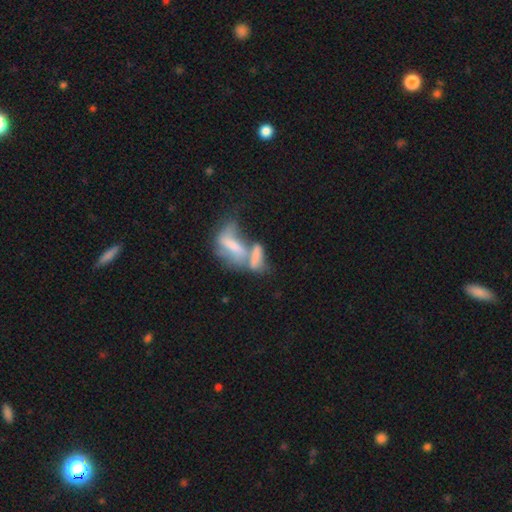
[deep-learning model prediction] smooth-or-featured: smooth: 53% | featured or disk: 37% | star or artifact: 11%
  how-rounded: in between: 66% | cigar-shaped: 29% | round: 5%
  merging: merger: 70% | none: 13% | major disturbance: 10% | minor disturbance: 7%